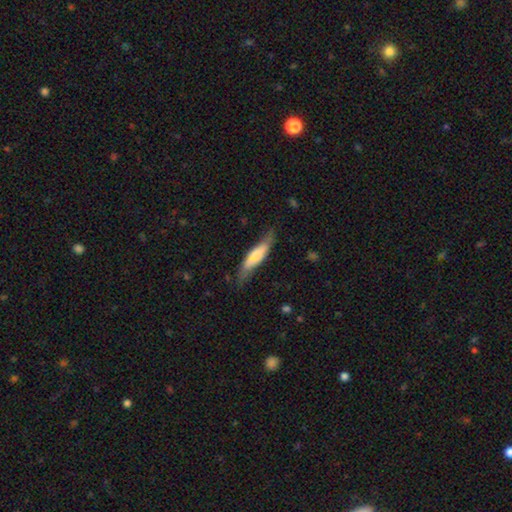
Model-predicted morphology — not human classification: smooth 60%, featured or disk 34%, star or artifact 5%. Down the decision tree: how rounded — cigar-shaped (68%); merging — none (65%).